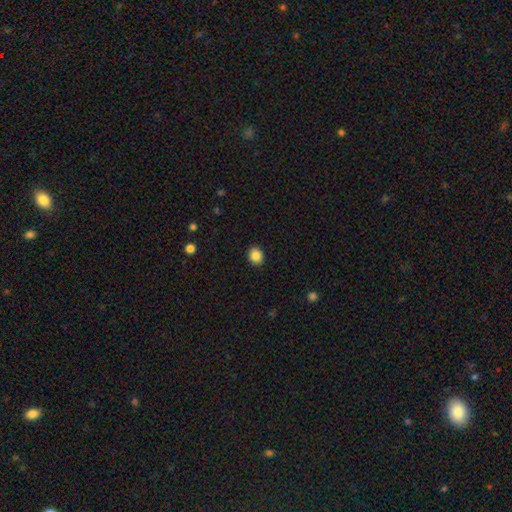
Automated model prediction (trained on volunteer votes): The model was most divided on "how rounded": round: 66%, in between: 34%, cigar-shaped: 1%. More confident: merging — none (91%); smooth or featured — smooth (86%).